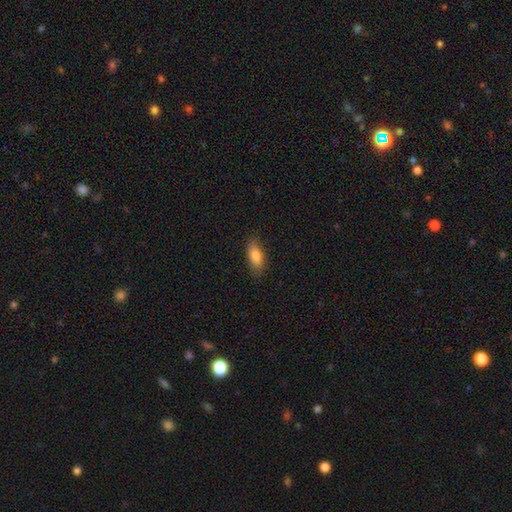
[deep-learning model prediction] Q: Smooth or featured?
A: smooth (84%); runner-up: featured or disk (9%)
Q: How rounded?
A: in between (81%); runner-up: cigar-shaped (16%)
Q: Merging?
A: none (82%); runner-up: minor disturbance (14%)